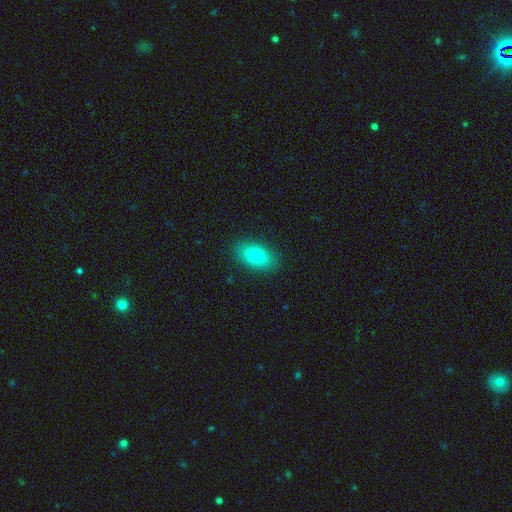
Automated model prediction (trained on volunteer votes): Smooth or featured? smooth (82%)
How rounded? in between (90%)
Merging? none (88%)